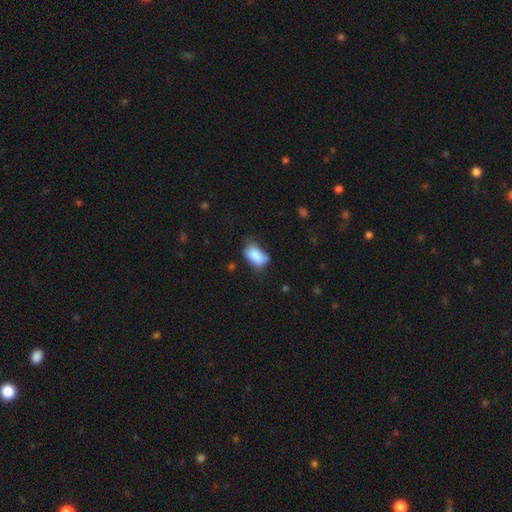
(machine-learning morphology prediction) smooth-or-featured: smooth: 83% | featured or disk: 9% | star or artifact: 8%
  how-rounded: in between: 90% | round: 8% | cigar-shaped: 2%
  merging: none: 44% | minor disturbance: 37% | major disturbance: 14% | merger: 5%